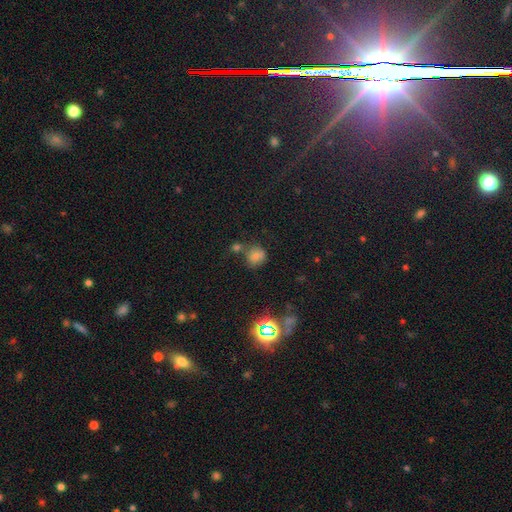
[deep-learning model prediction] This is likely a smooth galaxy (69%). How rounded: clearly round (81%). Merging: possibly none (58%).